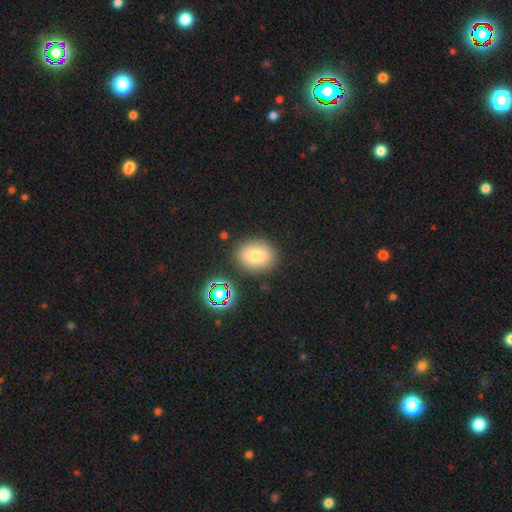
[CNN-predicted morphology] type=smooth (74%); roundness=in between (54%); merging=none (84%).